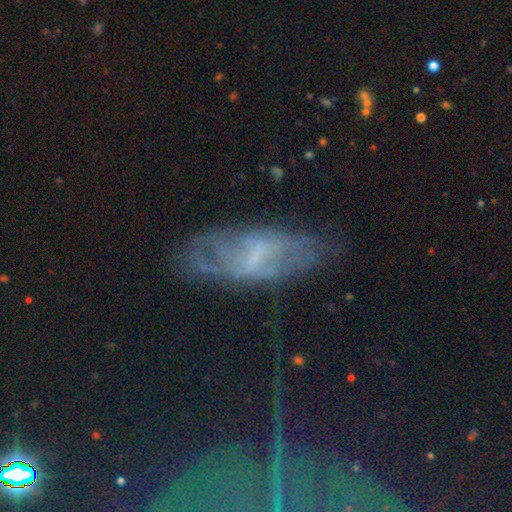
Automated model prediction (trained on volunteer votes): This appears to be a featured or disk galaxy (54%). Merging: none (65%).